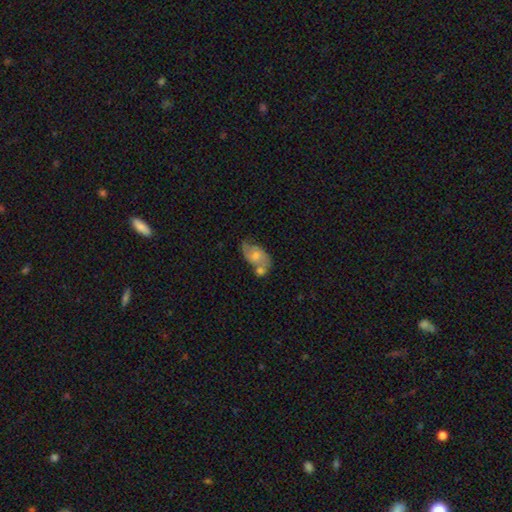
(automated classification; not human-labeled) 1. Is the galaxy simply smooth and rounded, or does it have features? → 57% featured or disk, 34% smooth, 9% star or artifact.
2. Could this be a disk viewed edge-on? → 95% no, 5% yes.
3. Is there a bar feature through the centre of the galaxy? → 69% no, 26% weak, 5% strong.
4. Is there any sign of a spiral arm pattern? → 79% yes, 21% no.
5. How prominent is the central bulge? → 50% moderate, 40% small, 5% none, 4% large, 1% dominant.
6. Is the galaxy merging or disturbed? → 41% none, 31% merger, 19% minor disturbance, 9% major disturbance.